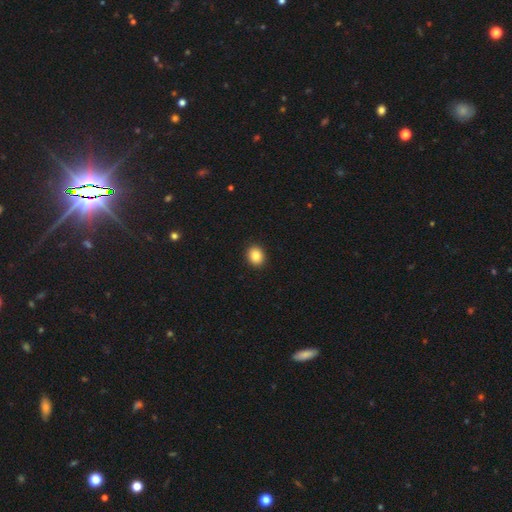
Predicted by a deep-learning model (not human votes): A smooth galaxy with no disk features (85%) that is round (68%).

Vote fractions:
- Smooth or featured? smooth: 85% / star or artifact: 10% / featured or disk: 5%
- How rounded? round: 68% / in between: 31% / cigar-shaped: 1%
- Merging? none: 92% / minor disturbance: 5% / major disturbance: 2% / merger: 1%